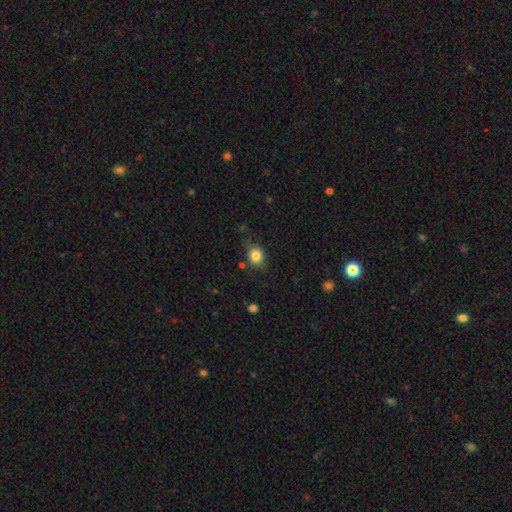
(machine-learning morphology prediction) This appears to be a smooth galaxy with no disk features (82%) that is round (56%). Merging: none (72%).